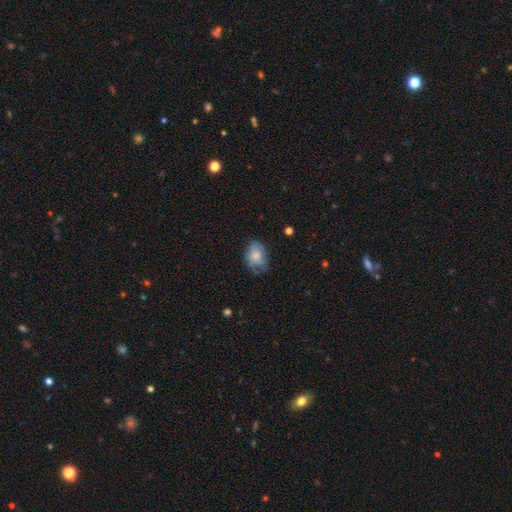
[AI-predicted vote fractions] Smooth or featured? Predicted: smooth (p=0.65). How rounded? Predicted: in between (p=0.75). Merging? Predicted: none (p=0.53).